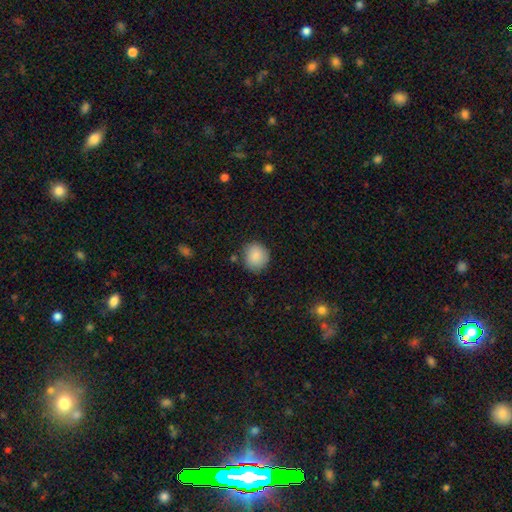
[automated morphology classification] This appears to be a smooth galaxy with no disk features (87%) that is round (85%). Merging: none (82%).